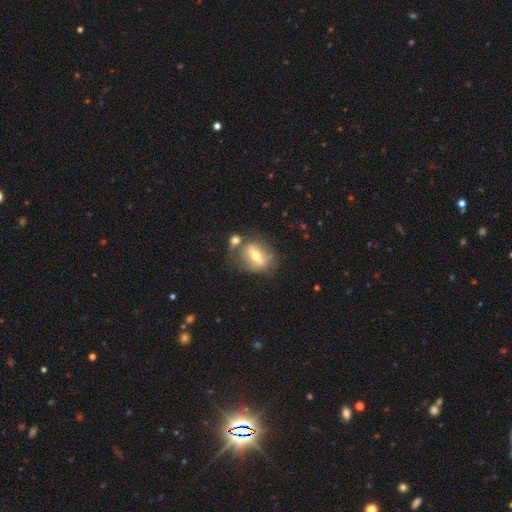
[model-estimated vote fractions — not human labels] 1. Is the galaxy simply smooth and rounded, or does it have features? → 53% featured or disk, 37% smooth, 9% star or artifact.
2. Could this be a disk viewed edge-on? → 82% no, 18% yes.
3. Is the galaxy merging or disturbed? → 53% none, 21% merger, 17% minor disturbance, 9% major disturbance.